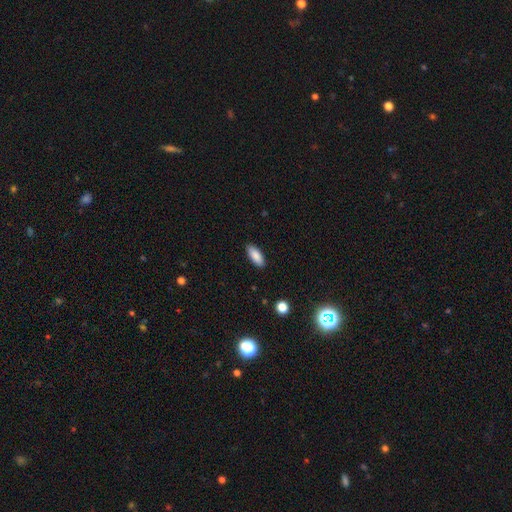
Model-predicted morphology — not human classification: A smooth galaxy with no disk features (87%) that is in between round and cigar-shaped (79%).

Vote fractions:
- Smooth or featured? smooth: 87% / star or artifact: 7% / featured or disk: 7%
- How rounded? in between: 79% / cigar-shaped: 19% / round: 2%
- Merging? none: 88% / minor disturbance: 9% / major disturbance: 2% / merger: 1%